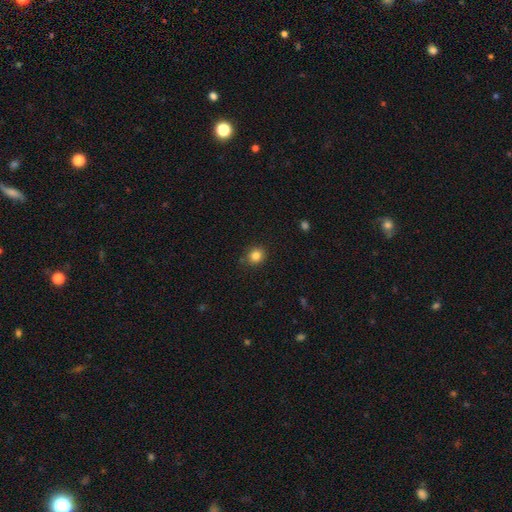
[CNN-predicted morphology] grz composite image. It shows a smooth galaxy with no disk features (84%) that is round (81%). Merging: none (86%).